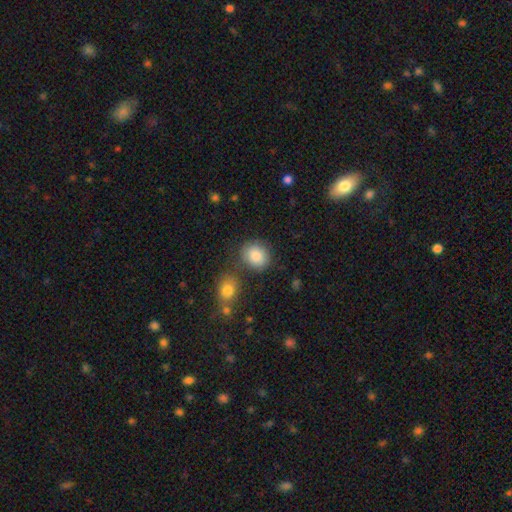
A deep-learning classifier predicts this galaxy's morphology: smooth-or-featured: smooth: 86% | star or artifact: 8% | featured or disk: 6%
  how-rounded: round: 70% | in between: 29% | cigar-shaped: 1%
  merging: none: 71% | minor disturbance: 13% | merger: 12% | major disturbance: 4%